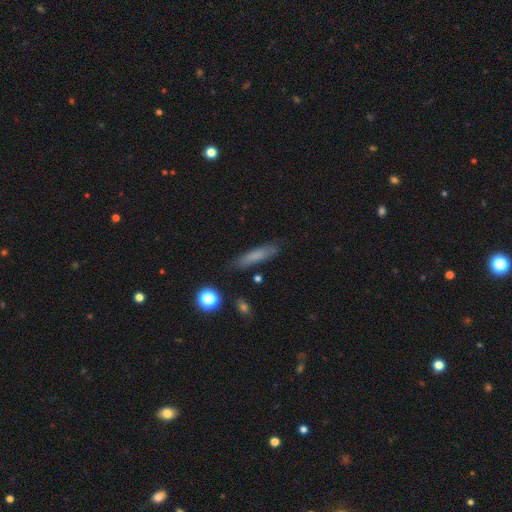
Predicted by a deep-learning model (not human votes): The model was most divided on "smooth or featured": smooth: 72%, featured or disk: 19%, star or artifact: 9%. More confident: how rounded — cigar-shaped (80%); merging — none (80%).